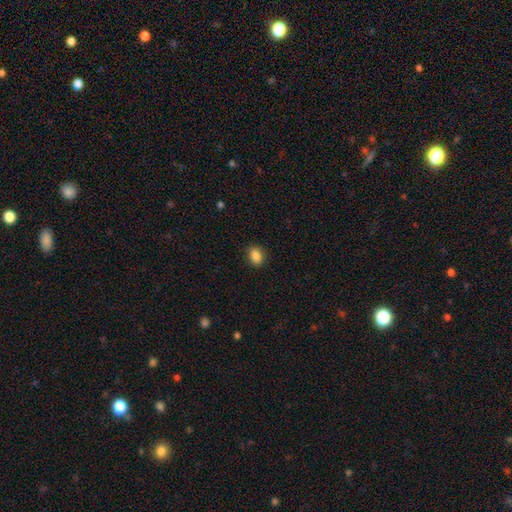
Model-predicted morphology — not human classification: Smooth or featured? Predicted: smooth (p=0.87). How rounded? Predicted: in between (p=0.72). Merging? Predicted: none (p=0.88).